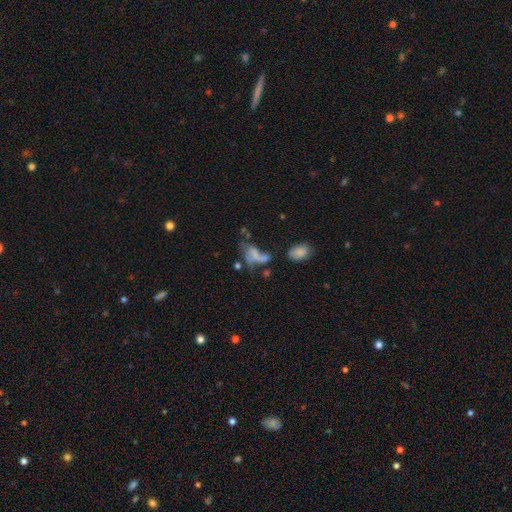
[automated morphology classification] This appears to be a smooth galaxy with no disk features (46%). Merging: major disturbance (34%).